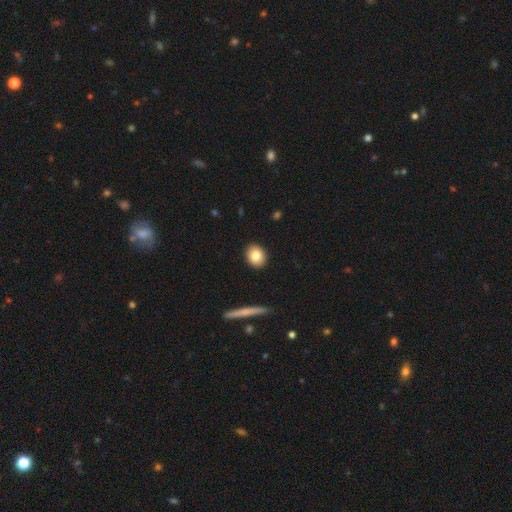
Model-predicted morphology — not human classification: smooth_or_featured: smooth (p=0.82) [alt: featured or disk p=0.10]
how_rounded: round (p=0.58) [alt: in between p=0.40]
merging: none (p=0.91) [alt: minor disturbance p=0.06]